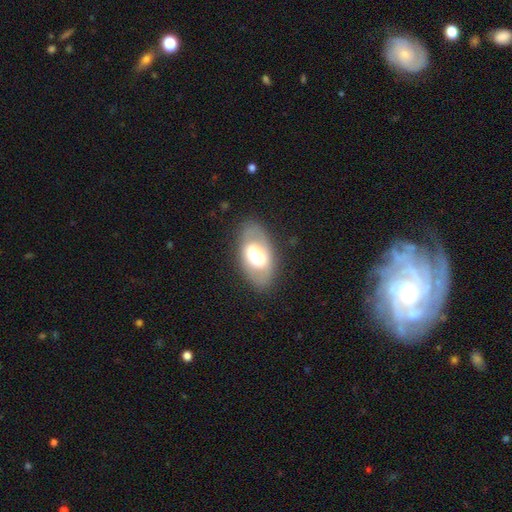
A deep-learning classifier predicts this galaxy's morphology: A featured or disk galaxy (47%). Merging: none (79%).